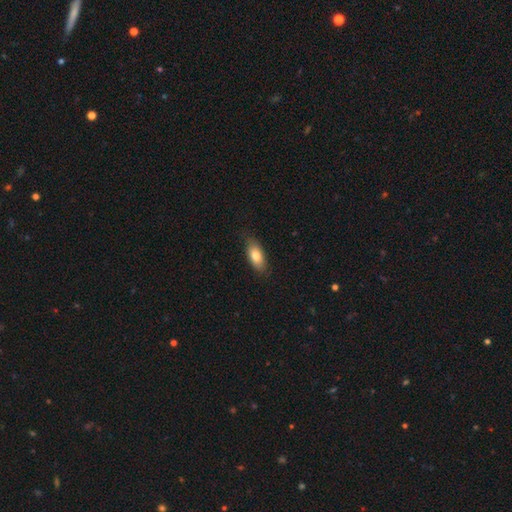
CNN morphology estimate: This is likely a smooth galaxy (78%). How rounded: clearly in between (85%). Merging: clearly none (81%).